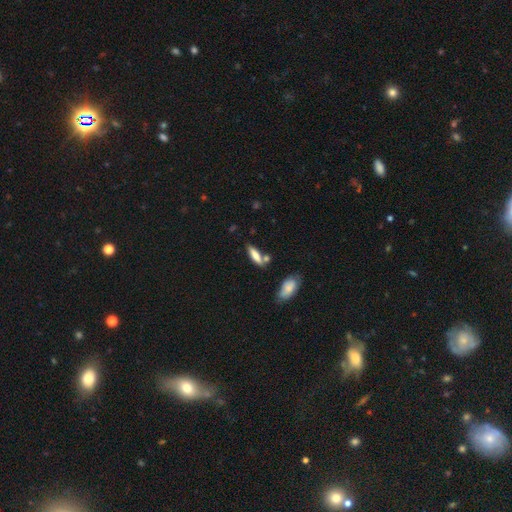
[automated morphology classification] A smooth galaxy with no disk features (75%) that is cigar-shaped (57%).

Vote fractions:
- Smooth or featured? smooth: 75% / featured or disk: 18% / star or artifact: 7%
- How rounded? cigar-shaped: 57% / in between: 40% / round: 2%
- Merging? none: 62% / minor disturbance: 17% / merger: 17% / major disturbance: 5%